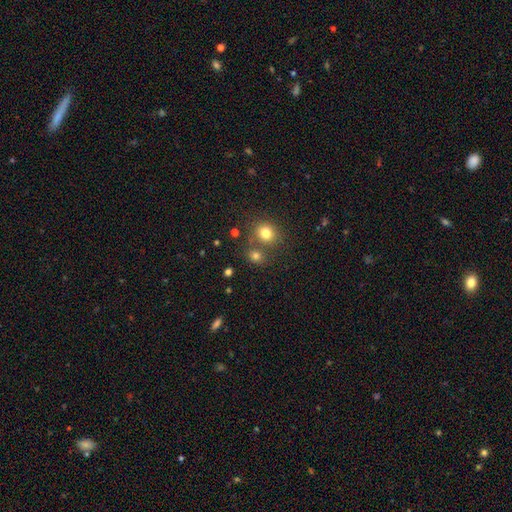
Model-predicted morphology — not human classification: Smooth or featured?
  - smooth: 76% *
  - star or artifact: 16%
  - featured or disk: 8%
How rounded?
  - round: 68% *
  - in between: 31%
  - cigar-shaped: 1%
Merging?
  - none: 62% *
  - merger: 25%
  - minor disturbance: 10%
  - major disturbance: 4%